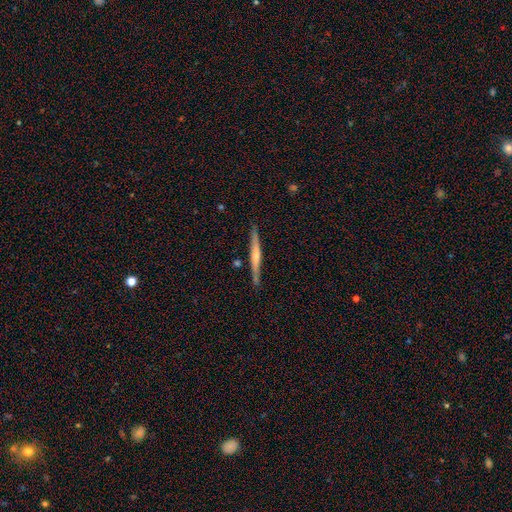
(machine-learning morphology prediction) The model was most divided on "smooth or featured": featured or disk: 60%, smooth: 34%, star or artifact: 6%. More confident: edge-on disk — yes (97%); merging — none (86%); edge-on bulge — rounded (63%).